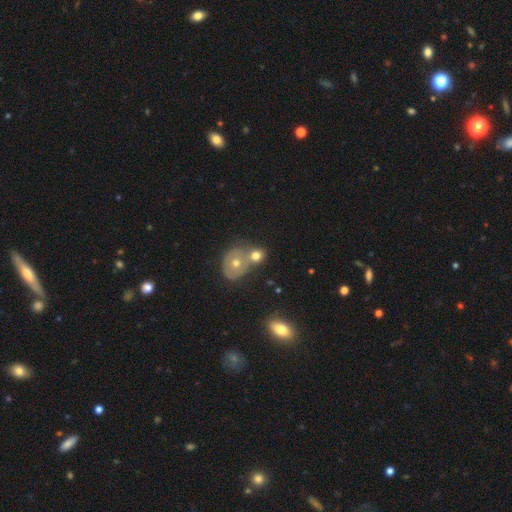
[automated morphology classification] The model was most divided on "merging": merger: 52%, none: 35%, minor disturbance: 9%, major disturbance: 4%. More confident: how rounded — round (64%); smooth or featured — smooth (64%).